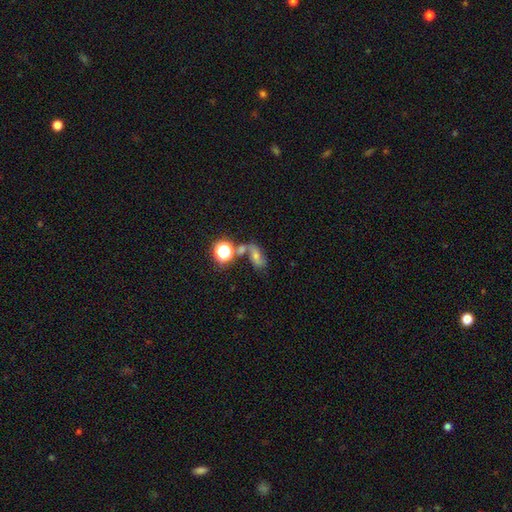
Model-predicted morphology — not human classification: This is marginally a featured or disk galaxy (41%). Merging: possibly none (51%).